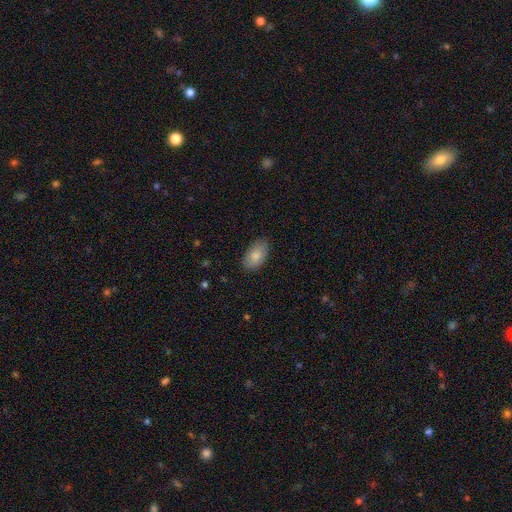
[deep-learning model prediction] smooth 83%, featured or disk 11%, star or artifact 6%. Down the decision tree: how rounded — in between (93%); merging — none (83%).